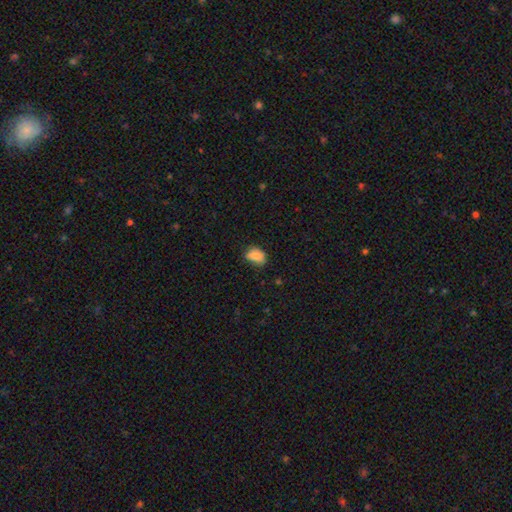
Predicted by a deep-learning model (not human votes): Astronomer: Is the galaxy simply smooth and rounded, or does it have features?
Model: smooth — 84%.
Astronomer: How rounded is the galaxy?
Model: in between — 81%.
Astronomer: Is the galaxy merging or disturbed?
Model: none — 57% (runner-up: minor disturbance, 33%).